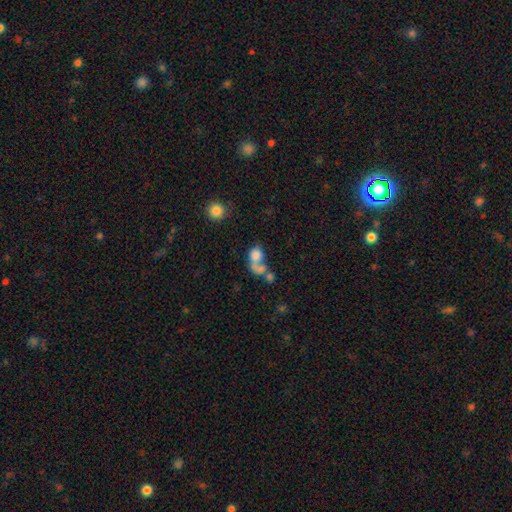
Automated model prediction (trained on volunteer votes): The model was most divided on "how rounded": in between: 49%, round: 48%, cigar-shaped: 2%. More confident: smooth or featured — smooth (67%); merging — merger (61%).